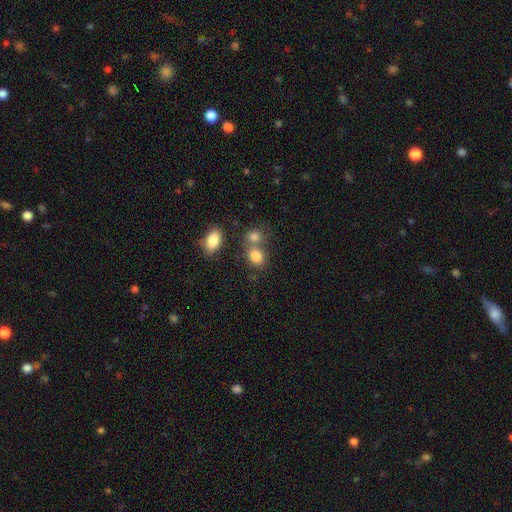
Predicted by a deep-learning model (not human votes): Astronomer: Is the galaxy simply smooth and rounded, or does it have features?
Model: smooth — 83%.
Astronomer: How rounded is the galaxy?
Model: in between — 54% (runner-up: round, 45%).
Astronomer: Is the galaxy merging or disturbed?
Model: none — 45% (runner-up: merger, 40%).